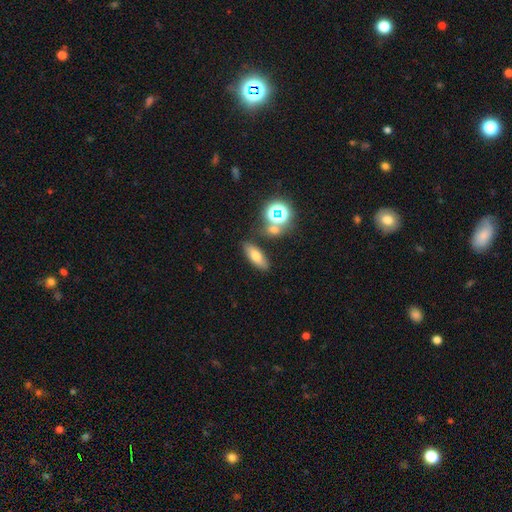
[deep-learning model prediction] The model was most divided on "how rounded": in between: 66%, cigar-shaped: 25%, round: 9%. More confident: merging — none (79%); smooth or featured — smooth (68%).